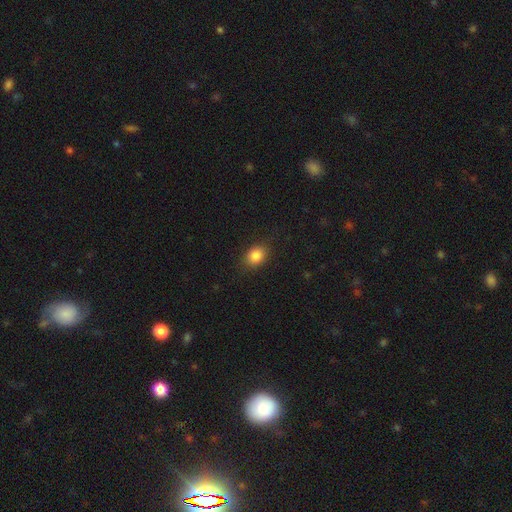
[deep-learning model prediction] This is clearly a smooth galaxy (85%). How rounded: likely in between (60%). Merging: clearly none (84%).